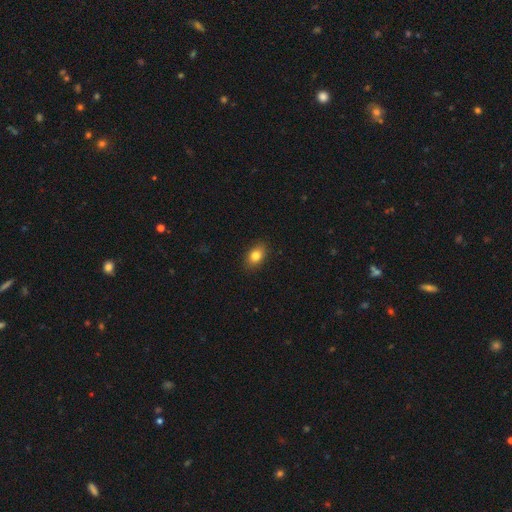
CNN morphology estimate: This appears to be a smooth galaxy with no disk features (82%) that is in between round and cigar-shaped (78%). Merging: none (87%).